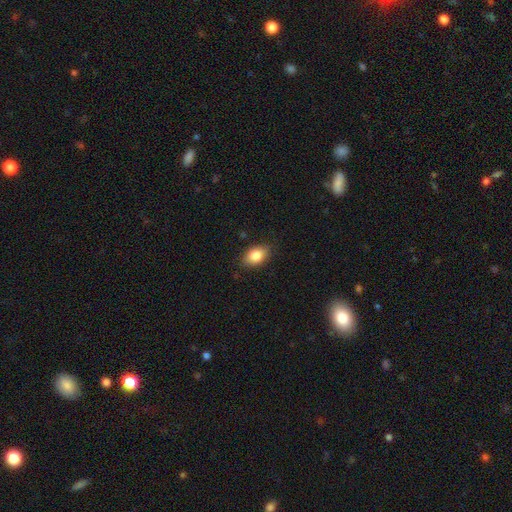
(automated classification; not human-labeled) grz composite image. It shows a smooth galaxy with no disk features (84%) that is in between round and cigar-shaped (86%). Merging: none (84%).